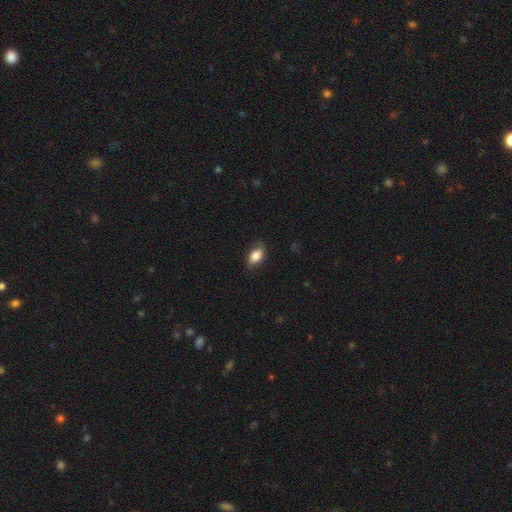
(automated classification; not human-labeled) Smooth or featured? smooth (82%)
How rounded? in between (89%)
Merging? none (79%)